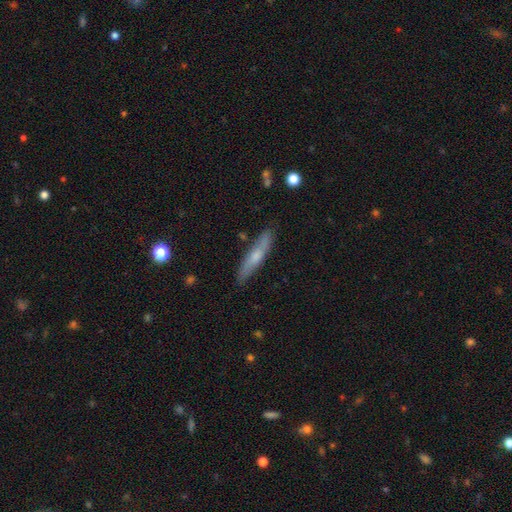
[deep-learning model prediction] A smooth galaxy with no disk features (54%) that is cigar-shaped (87%). Merging: none (82%).